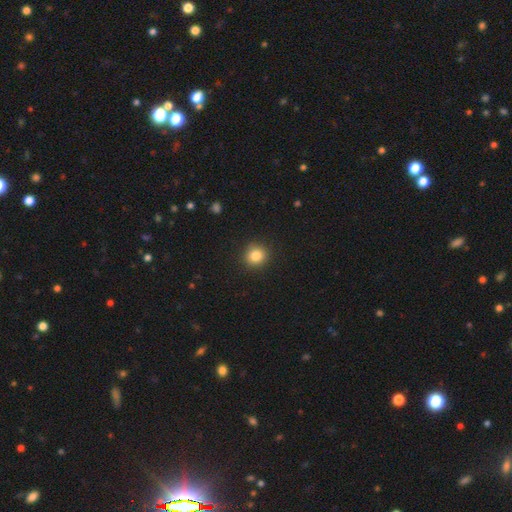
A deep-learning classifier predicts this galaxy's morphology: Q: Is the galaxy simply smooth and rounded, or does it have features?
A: smooth — 84%.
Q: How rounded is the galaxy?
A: round — 88%.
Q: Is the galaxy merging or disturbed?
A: none — 91%.